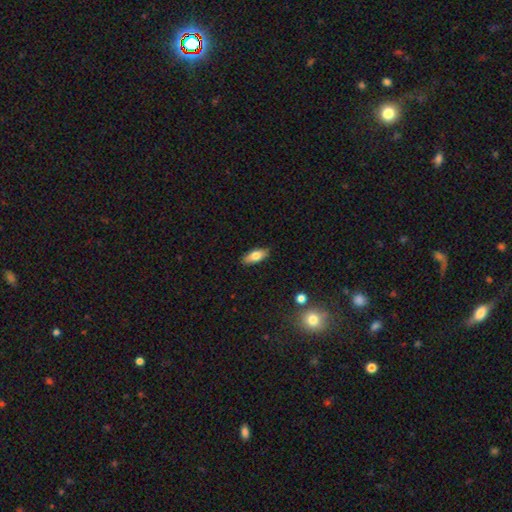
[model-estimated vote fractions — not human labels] smooth 72%, featured or disk 21%, star or artifact 7%. Down the decision tree: how rounded — in between (77%); merging — none (88%).